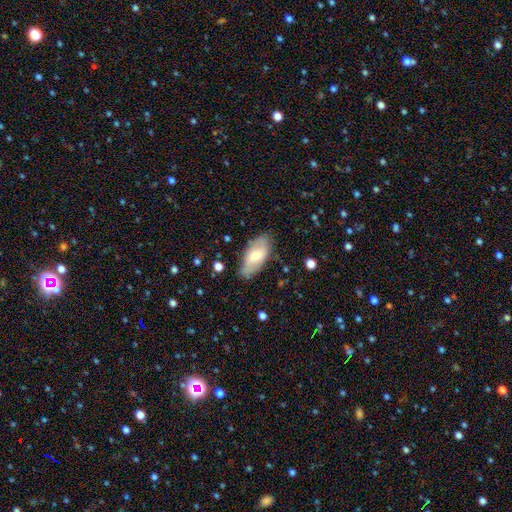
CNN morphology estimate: smooth 59%, featured or disk 35%, star or artifact 6%. Down the decision tree: how rounded — in between (91%); merging — none (79%).